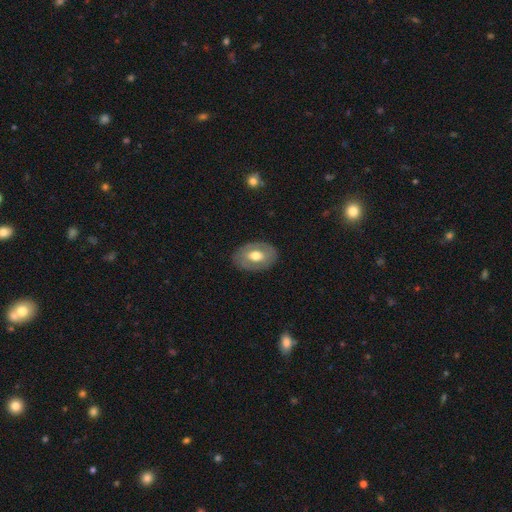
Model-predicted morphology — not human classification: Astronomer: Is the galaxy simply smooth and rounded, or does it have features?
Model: smooth — 48% (runner-up: featured or disk, 45%).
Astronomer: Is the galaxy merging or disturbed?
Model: none — 84%.